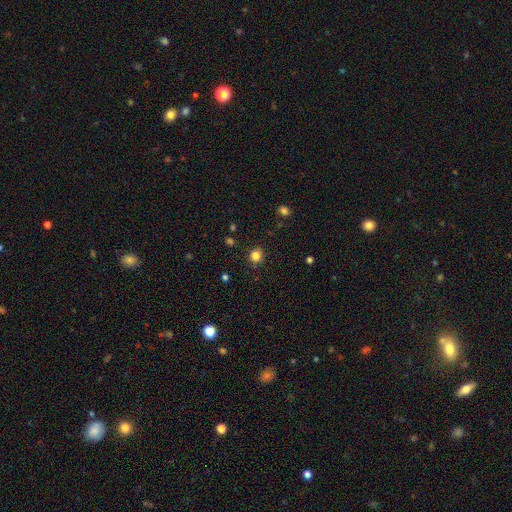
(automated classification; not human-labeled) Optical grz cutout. It shows a smooth galaxy with no disk features (82%) that is round (90%). Merging: none (90%).